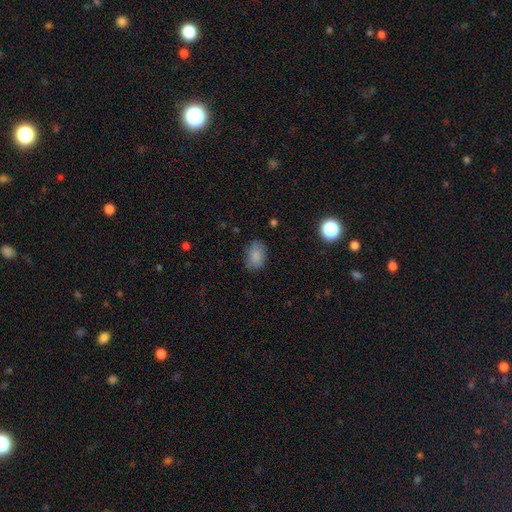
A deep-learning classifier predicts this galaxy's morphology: Q: Smooth or featured?
A: smooth (85%); runner-up: star or artifact (9%)
Q: How rounded?
A: in between (78%); runner-up: round (21%)
Q: Merging?
A: none (78%); runner-up: minor disturbance (17%)